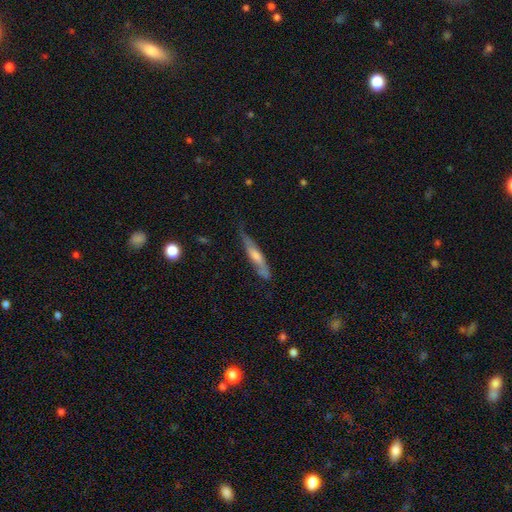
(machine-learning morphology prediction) Overall: featured or disk (57%; smooth 36%). Edge-on disk: yes (76%). Merging: none (65%; minor disturbance 26%).